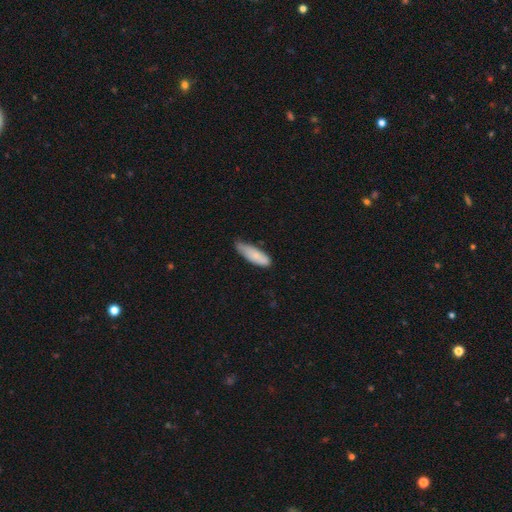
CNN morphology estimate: A smooth galaxy with no disk features (80%) that is in between round and cigar-shaped (54%). Merging: none (52%).